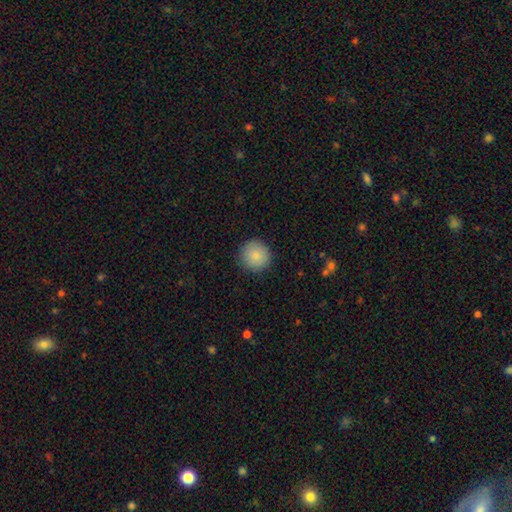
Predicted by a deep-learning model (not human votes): smooth_or_featured: smooth (p=0.86) [alt: star or artifact p=0.08]
how_rounded: round (p=0.95) [alt: in between p=0.04]
merging: none (p=0.90) [alt: minor disturbance p=0.07]